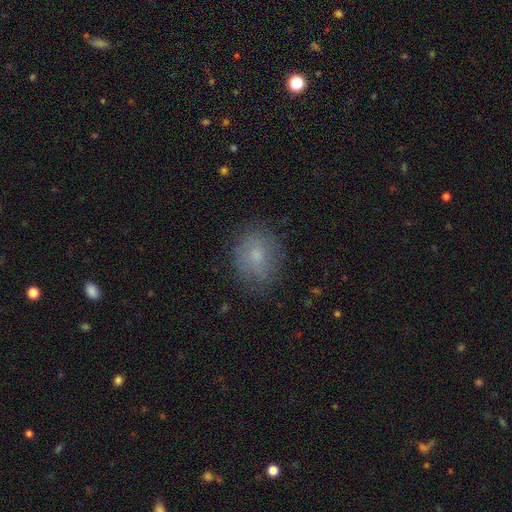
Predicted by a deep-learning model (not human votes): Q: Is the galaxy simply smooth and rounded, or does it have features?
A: smooth — 65%.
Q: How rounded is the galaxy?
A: round — 52%.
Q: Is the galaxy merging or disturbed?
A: none — 73%.